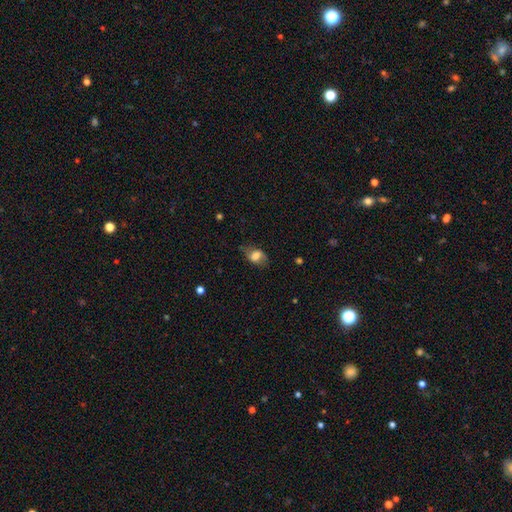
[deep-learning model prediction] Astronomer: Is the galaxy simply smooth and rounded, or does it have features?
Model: smooth — 66%.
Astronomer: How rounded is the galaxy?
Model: in between — 79%.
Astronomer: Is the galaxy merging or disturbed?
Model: none — 65%.